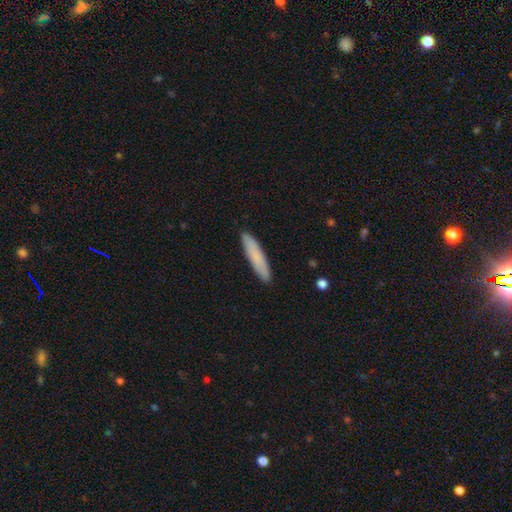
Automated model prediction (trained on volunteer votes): The model was most divided on "smooth or featured": smooth: 79%, featured or disk: 14%, star or artifact: 6%. More confident: merging — none (90%); how rounded — cigar-shaped (87%).